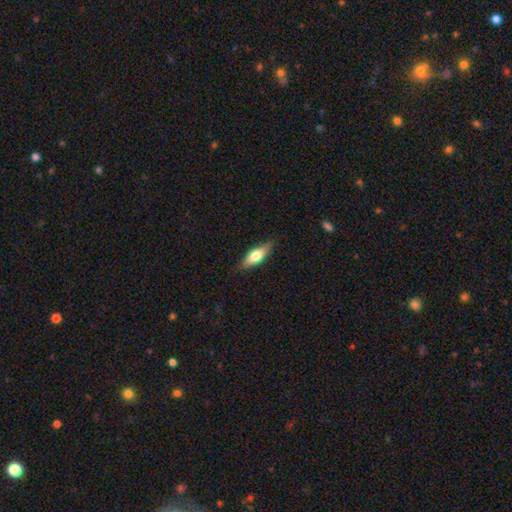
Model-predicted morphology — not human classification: Overall: smooth (61%; featured or disk 32%). How rounded: in between (63%; cigar-shaped 34%). Merging: none (81%).